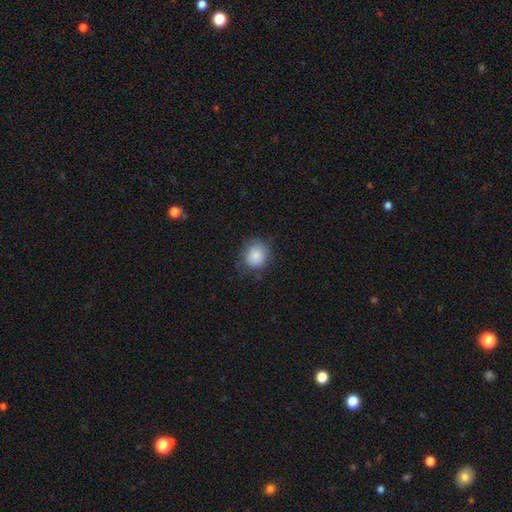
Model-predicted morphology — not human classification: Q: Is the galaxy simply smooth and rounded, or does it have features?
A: smooth — 85%.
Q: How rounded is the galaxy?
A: round — 80%.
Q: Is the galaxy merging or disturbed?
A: none — 75%.